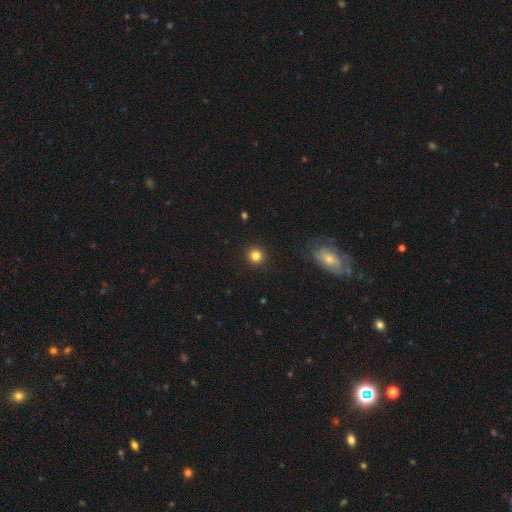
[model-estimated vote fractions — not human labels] A smooth galaxy with no disk features (83%) that is round (94%). Merging: none (92%).